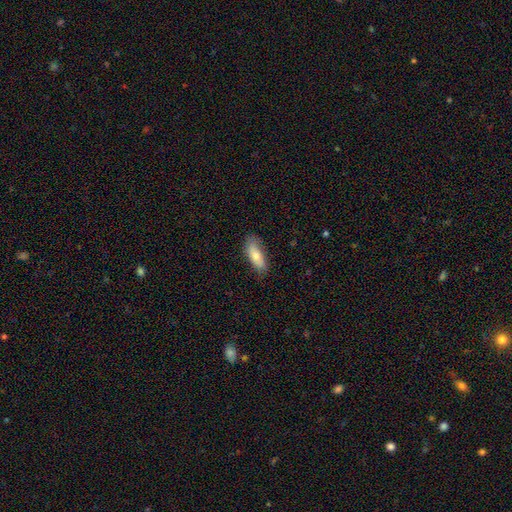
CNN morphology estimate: smooth-or-featured: smooth: 72% | featured or disk: 21% | star or artifact: 7%
  how-rounded: in between: 67% | cigar-shaped: 30% | round: 2%
  merging: none: 76% | minor disturbance: 19% | major disturbance: 4% | merger: 1%